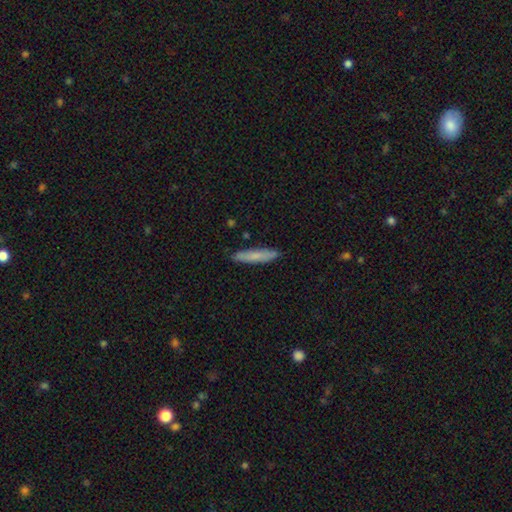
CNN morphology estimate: A smooth galaxy with no disk features (73%) that is cigar-shaped (90%). Merging: none (89%).